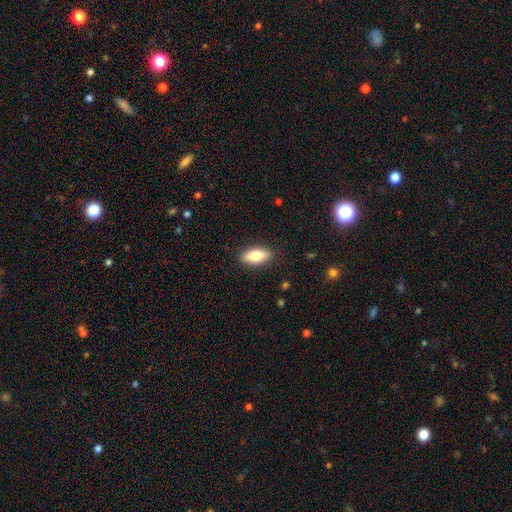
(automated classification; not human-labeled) This is likely a smooth galaxy (79%). How rounded: clearly in between (81%). Merging: clearly none (88%).